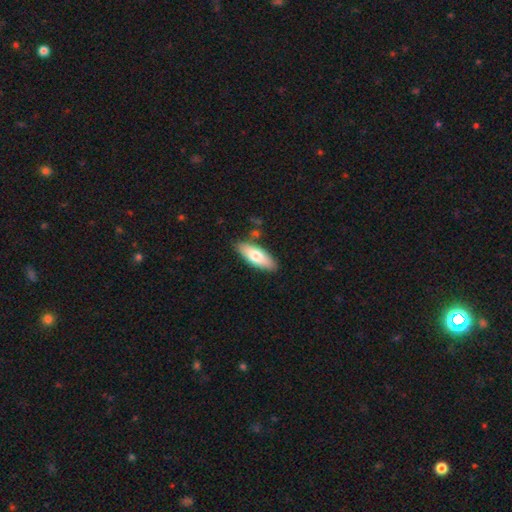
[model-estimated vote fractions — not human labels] Smooth or featured? Predicted: smooth (p=0.72). How rounded? Predicted: in between (p=0.71). Merging? Predicted: none (p=0.84).